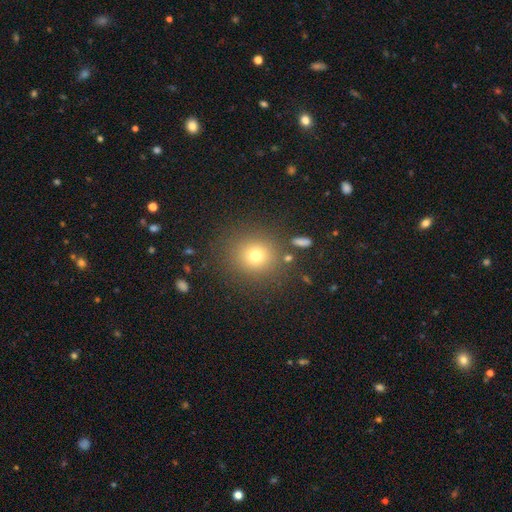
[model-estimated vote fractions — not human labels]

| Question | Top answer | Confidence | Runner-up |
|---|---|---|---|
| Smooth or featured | smooth | 74% | star or artifact (17%) |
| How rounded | round | 88% | in between (11%) |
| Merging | none | 85% | minor disturbance (8%) |